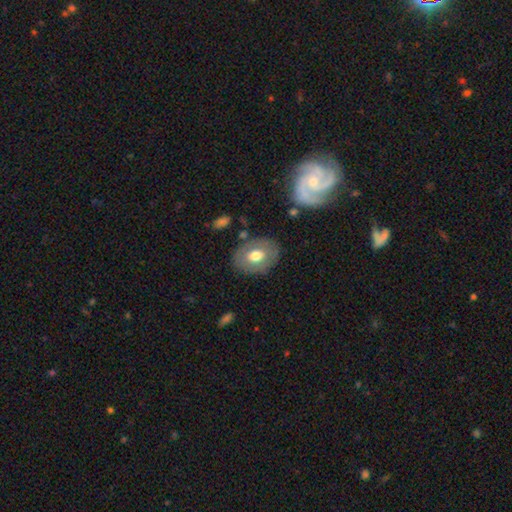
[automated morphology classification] Smooth or featured?
  - smooth: 59% *
  - featured or disk: 34%
  - star or artifact: 7%
How rounded?
  - in between: 71% *
  - round: 28%
  - cigar-shaped: 1%
Merging?
  - none: 81% *
  - minor disturbance: 12%
  - major disturbance: 4%
  - merger: 2%